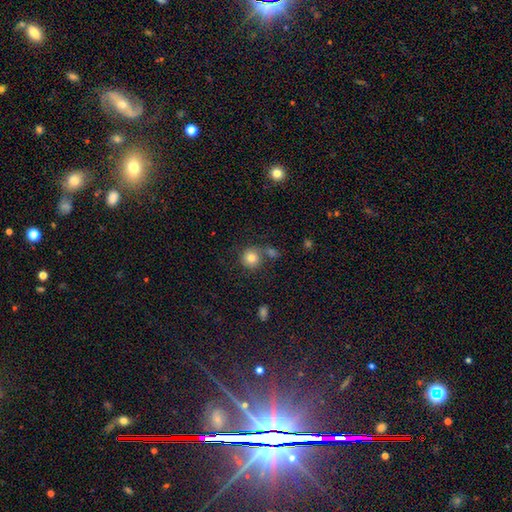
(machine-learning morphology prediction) smooth-or-featured: smooth: 75% | star or artifact: 16% | featured or disk: 9%
  how-rounded: round: 91% | in between: 8% | cigar-shaped: 1%
  merging: none: 71% | merger: 15% | minor disturbance: 10% | major disturbance: 4%